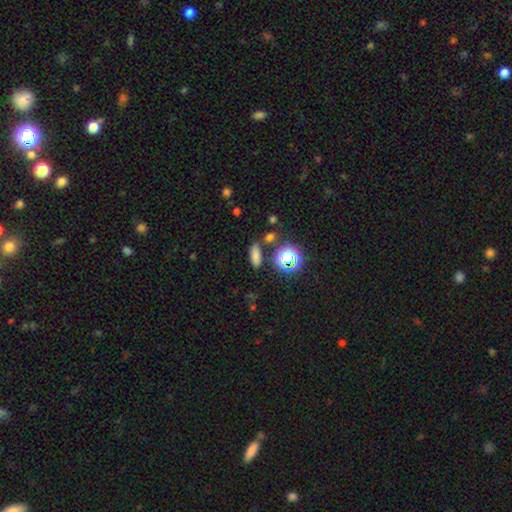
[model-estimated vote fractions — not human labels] Q: Smooth or featured?
A: smooth (71%); runner-up: star or artifact (21%)
Q: How rounded?
A: in between (64%); runner-up: cigar-shaped (26%)
Q: Merging?
A: none (76%); runner-up: minor disturbance (12%)